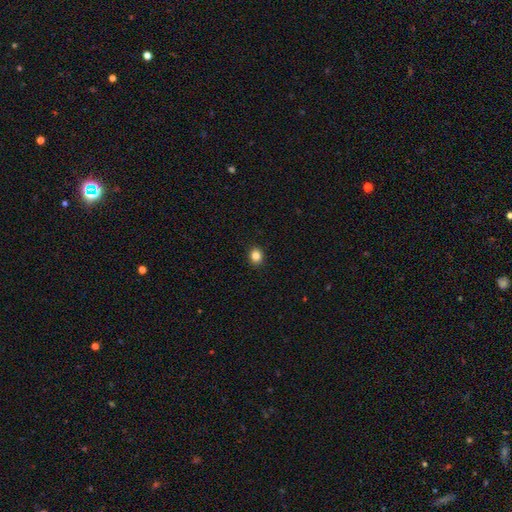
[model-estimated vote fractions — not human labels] Smooth or featured? smooth (84%)
How rounded? round (72%)
Merging? none (92%)